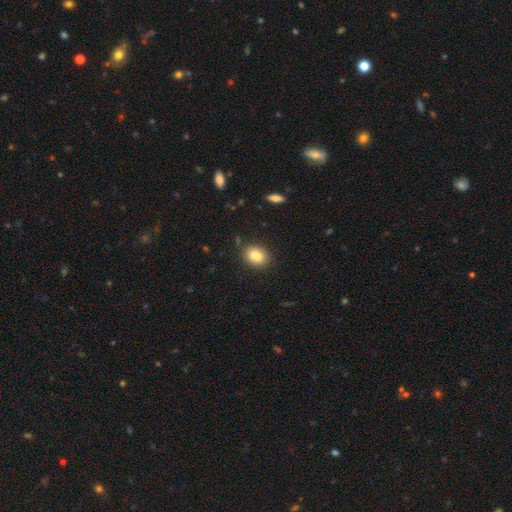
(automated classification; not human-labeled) A smooth galaxy with no disk features (84%) that is in between round and cigar-shaped (52%). Merging: none (86%).